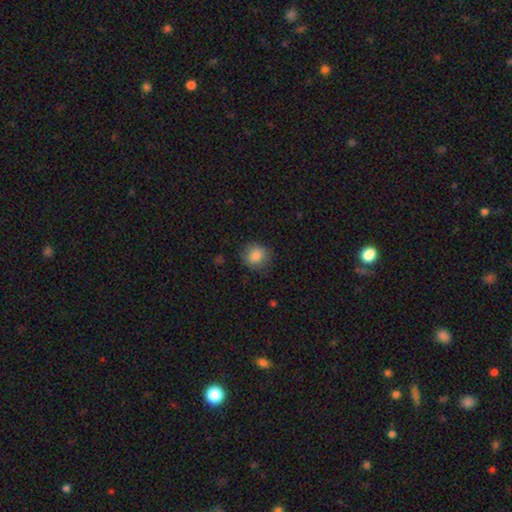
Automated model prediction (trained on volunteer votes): A smooth galaxy with no disk features (85%) that is round (82%). Merging: none (78%).